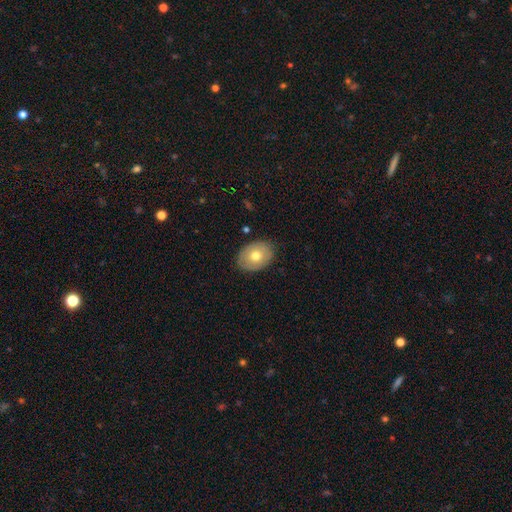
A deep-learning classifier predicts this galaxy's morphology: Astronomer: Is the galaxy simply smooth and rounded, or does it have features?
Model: smooth — 65%.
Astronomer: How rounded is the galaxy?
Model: in between — 73%.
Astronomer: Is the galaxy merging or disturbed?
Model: none — 84%.